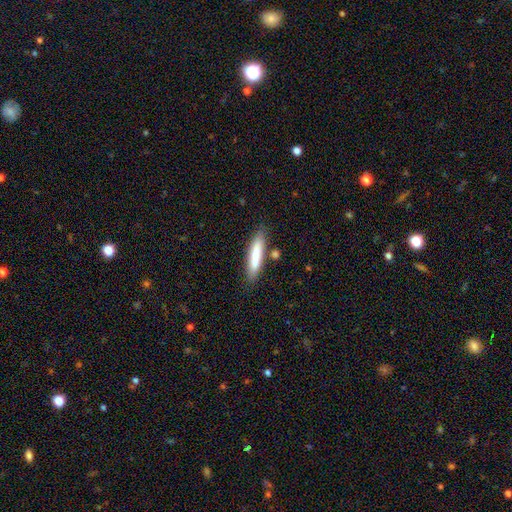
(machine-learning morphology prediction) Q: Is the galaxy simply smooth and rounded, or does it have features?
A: smooth — 76%.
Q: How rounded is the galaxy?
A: cigar-shaped — 83%.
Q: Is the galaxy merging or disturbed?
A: none — 79%.